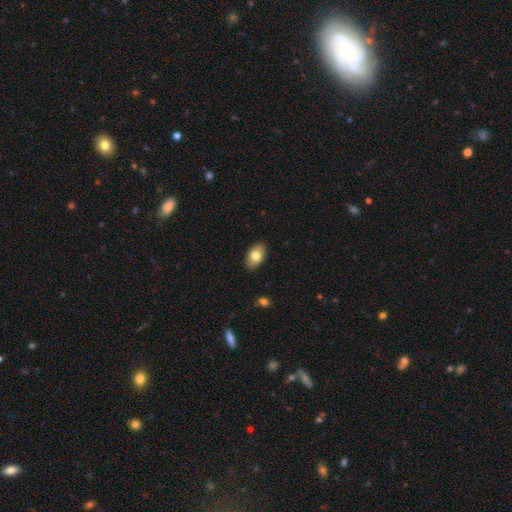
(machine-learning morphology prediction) smooth-or-featured: smooth: 78% | featured or disk: 15% | star or artifact: 7%
  how-rounded: in between: 92% | round: 7% | cigar-shaped: 1%
  merging: none: 89% | minor disturbance: 9% | major disturbance: 2% | merger: 1%